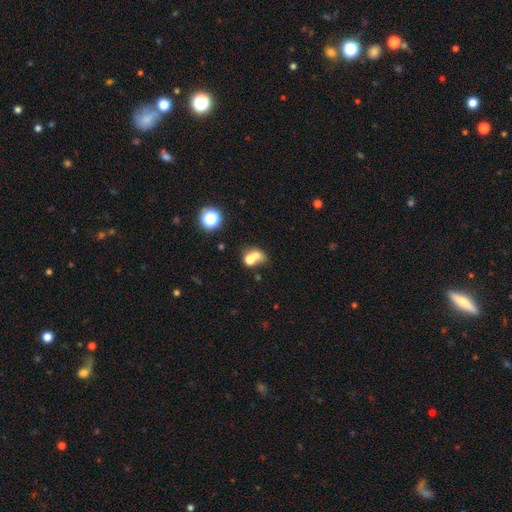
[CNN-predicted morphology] smooth 67%, featured or disk 18%, star or artifact 15%. Down the decision tree: how rounded — round (65%); merging — merger (61%).